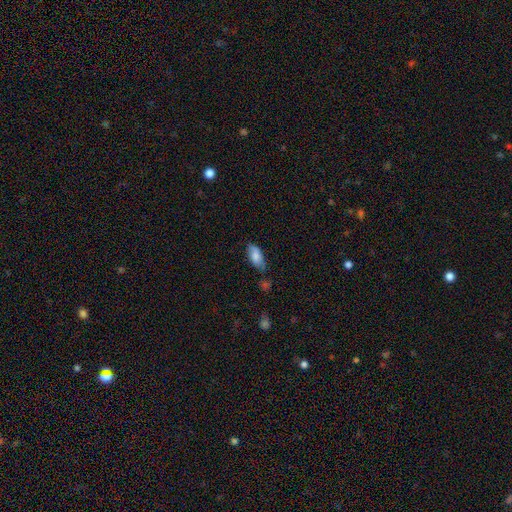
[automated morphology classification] smooth 78%, featured or disk 15%, star or artifact 7%. Down the decision tree: how rounded — in between (88%); merging — none (68%).